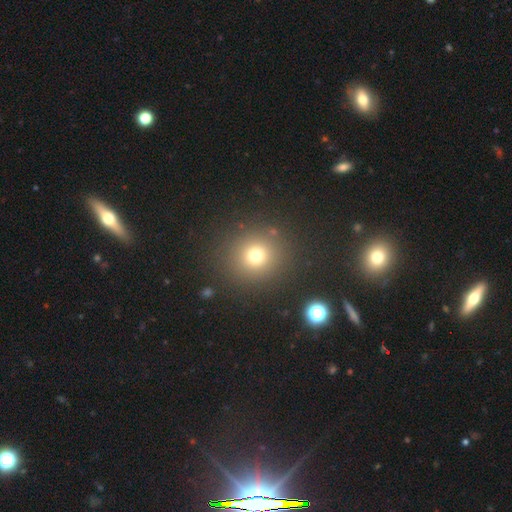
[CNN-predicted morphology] type=smooth (73%); roundness=round (90%); merging=none (87%).